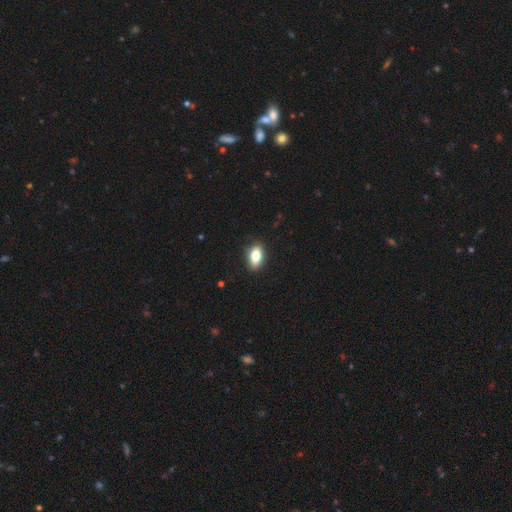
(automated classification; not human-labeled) Q: Smooth or featured?
A: smooth (78%); runner-up: featured or disk (15%)
Q: How rounded?
A: in between (87%); runner-up: round (7%)
Q: Merging?
A: none (88%); runner-up: minor disturbance (9%)